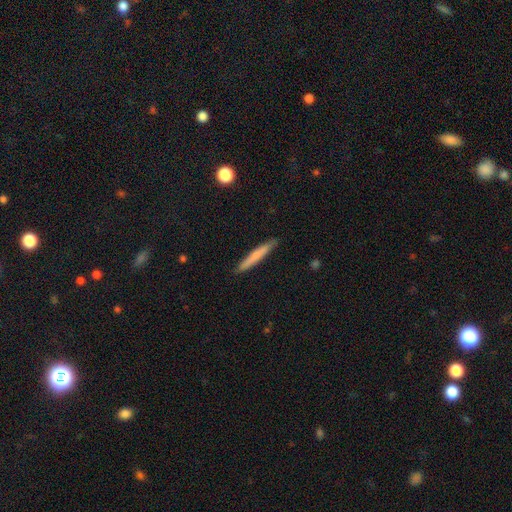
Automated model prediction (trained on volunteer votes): Q: Smooth or featured?
A: smooth (71%); runner-up: featured or disk (24%)
Q: How rounded?
A: cigar-shaped (96%); runner-up: in between (3%)
Q: Merging?
A: none (89%); runner-up: minor disturbance (8%)